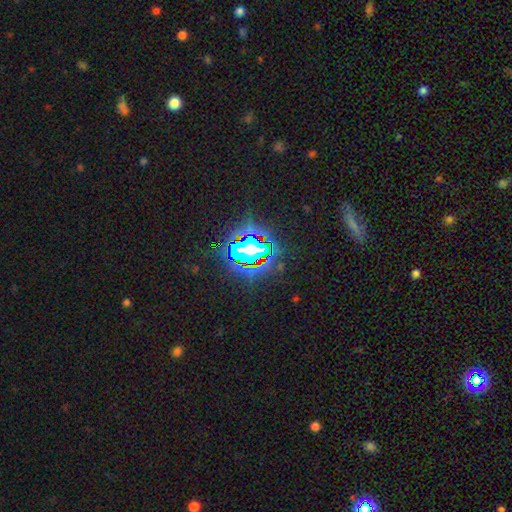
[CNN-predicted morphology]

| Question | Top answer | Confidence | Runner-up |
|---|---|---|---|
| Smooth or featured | star or artifact | 82% | smooth (10%) |